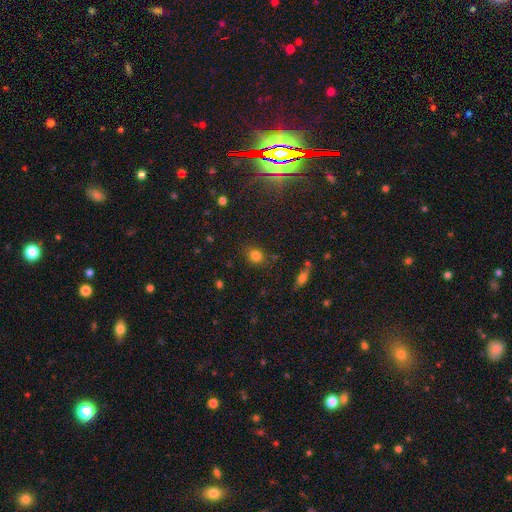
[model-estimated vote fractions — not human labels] A smooth galaxy with no disk features (79%) that is round (69%).

Vote fractions:
- Smooth or featured? smooth: 79% / star or artifact: 15% / featured or disk: 6%
- How rounded? round: 69% / in between: 29% / cigar-shaped: 1%
- Merging? none: 82% / minor disturbance: 12% / major disturbance: 4% / merger: 3%